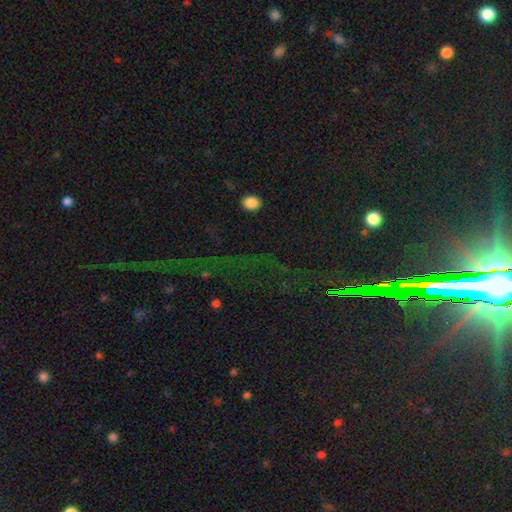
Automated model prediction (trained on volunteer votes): Smooth or featured?
  - star or artifact: 71% *
  - smooth: 18%
  - featured or disk: 11%